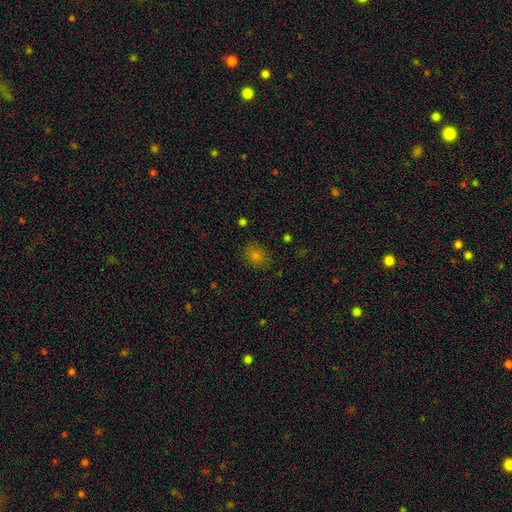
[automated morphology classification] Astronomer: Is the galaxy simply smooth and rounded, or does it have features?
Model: smooth — 72%.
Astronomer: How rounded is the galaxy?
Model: round — 66%.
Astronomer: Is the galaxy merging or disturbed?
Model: none — 84%.